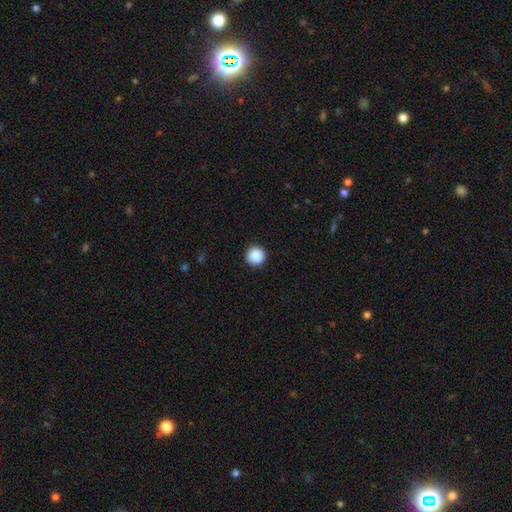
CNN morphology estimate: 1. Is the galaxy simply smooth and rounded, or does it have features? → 88% smooth, 9% star or artifact, 3% featured or disk.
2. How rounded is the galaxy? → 96% round, 3% in between, 1% cigar-shaped.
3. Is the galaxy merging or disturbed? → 92% none, 5% minor disturbance, 2% major disturbance, 1% merger.